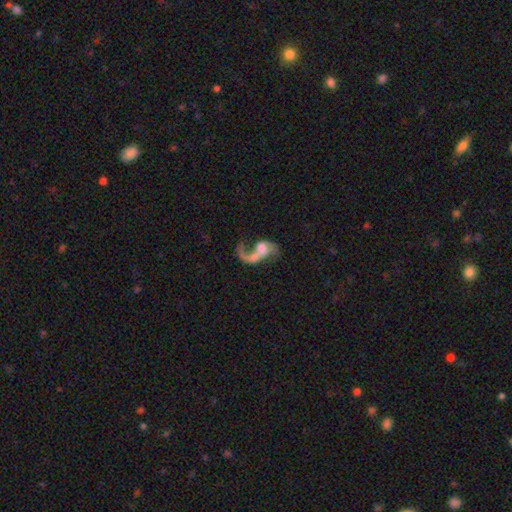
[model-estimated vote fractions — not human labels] smooth-or-featured: featured or disk: 77% | smooth: 15% | star or artifact: 8%
  disk-edge-on: no: 97% | yes: 3%
    bar: no: 62% | weak: 29% | strong: 9%
    has-spiral-arms: yes: 84% | no: 16%
      spiral-winding: loose: 79% | medium: 17% | tight: 4%
      spiral-arm-count: 1: 49% | 2: 45% | can't tell: 3% | 3: 1% | 4: 1% | more than 4: 1%
    bulge-size: moderate: 45% | small: 28% | large: 13% | none: 11% | dominant: 3%
  merging: merger: 36% | major disturbance: 29% | none: 25% | minor disturbance: 10%